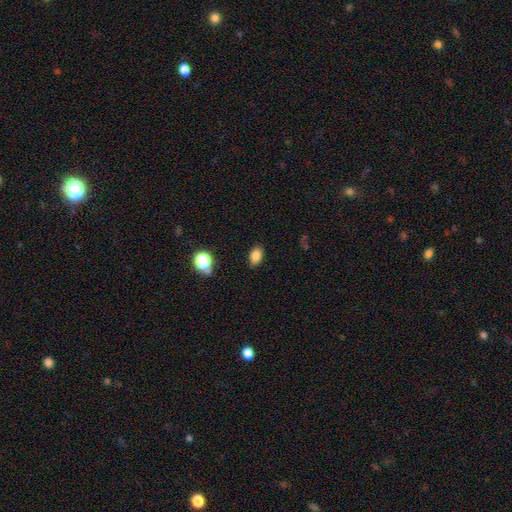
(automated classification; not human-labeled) This is clearly a smooth galaxy (82%). How rounded: clearly in between (85%). Merging: clearly none (86%).